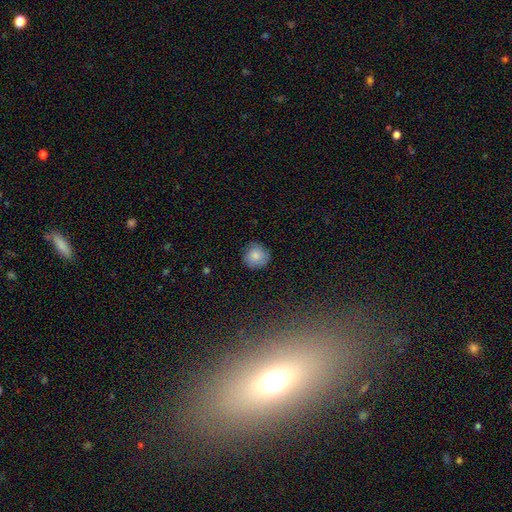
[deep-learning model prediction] Overall: smooth (83%). How rounded: round (91%). Merging: none (79%).